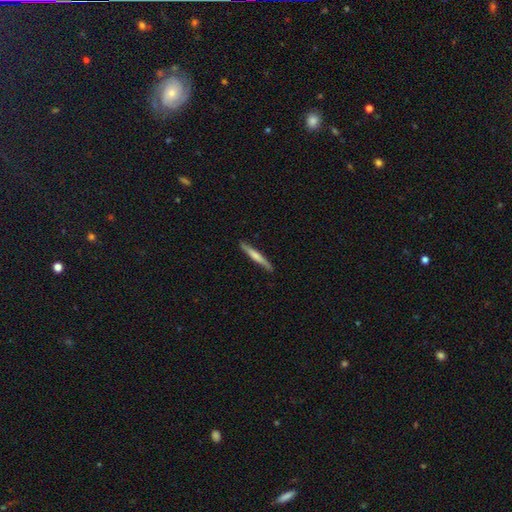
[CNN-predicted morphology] Smooth or featured?
  - smooth: 54% *
  - featured or disk: 41%
  - star or artifact: 5%
How rounded?
  - cigar-shaped: 96% *
  - in between: 3%
  - round: 1%
Merging?
  - none: 88% *
  - minor disturbance: 9%
  - major disturbance: 2%
  - merger: 1%